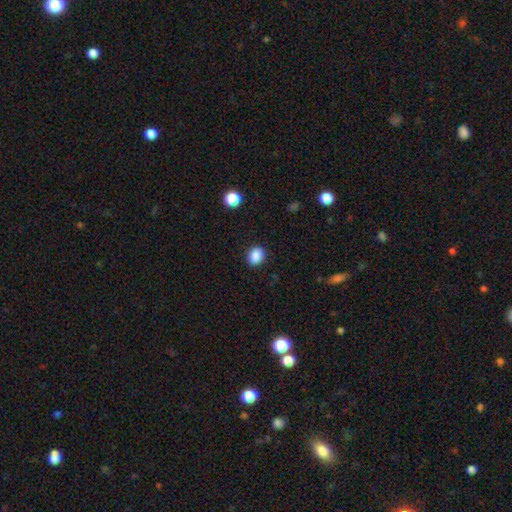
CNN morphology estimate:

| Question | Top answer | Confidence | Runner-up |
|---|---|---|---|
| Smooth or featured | smooth | 87% | star or artifact (9%) |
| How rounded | round | 58% | in between (41%) |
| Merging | none | 88% | minor disturbance (8%) |